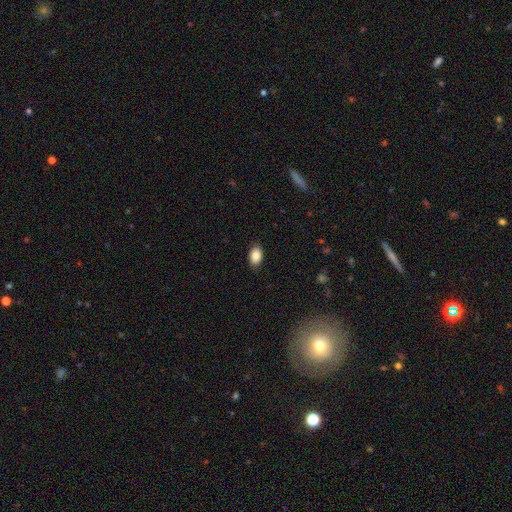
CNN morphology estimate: This is clearly a smooth galaxy (88%). How rounded: clearly in between (89%). Merging: clearly none (87%).